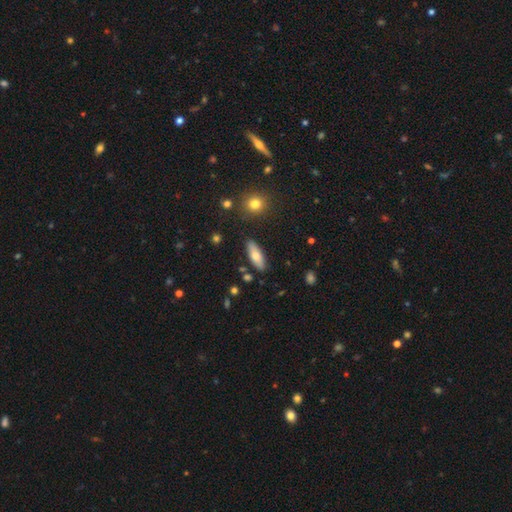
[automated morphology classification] Smooth or featured? Predicted: smooth (p=0.69). How rounded? Predicted: in between (p=0.63). Merging? Predicted: none (p=0.85).